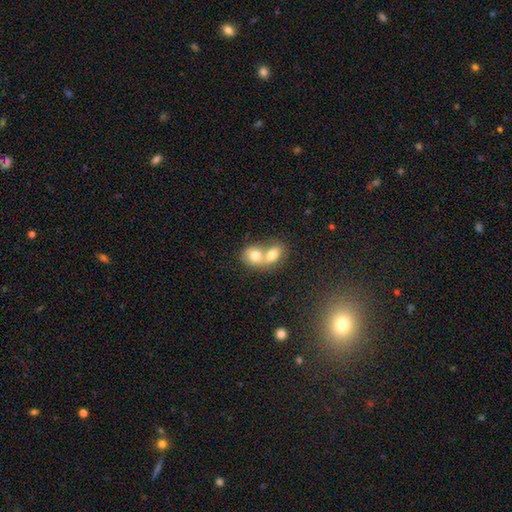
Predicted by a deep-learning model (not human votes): Smooth or featured: smooth — 73% (featured or disk — 19%)
How rounded: in between — 50% (round — 48%)
Merging: merger — 77% (none — 15%)